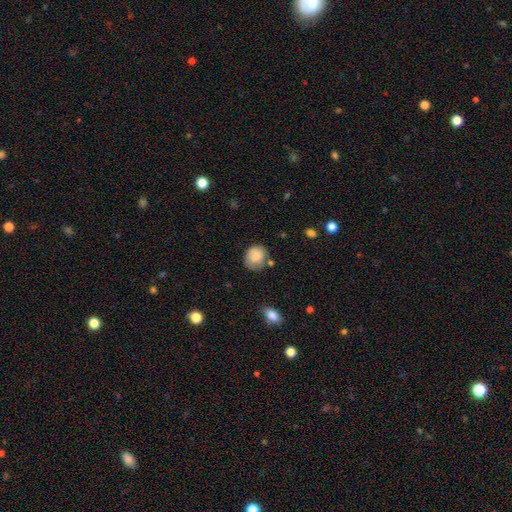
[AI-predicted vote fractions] Overall: smooth (81%). How rounded: round (71%). Merging: none (61%; minor disturbance 25%).